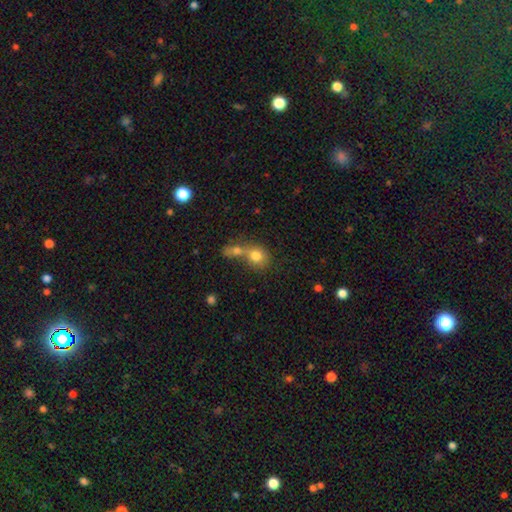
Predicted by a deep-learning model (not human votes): Morphology: type=smooth (78%); roundness=round (71%); merging=merger (60%).